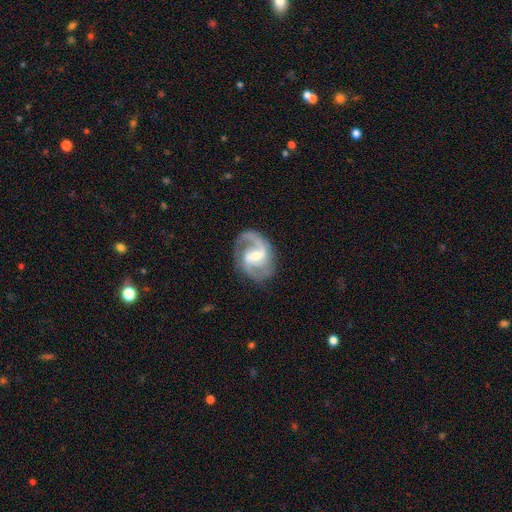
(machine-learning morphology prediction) Smooth or featured?
  - featured or disk: 90% *
  - smooth: 6%
  - star or artifact: 4%
Edge-on disk?
  - no: 98% *
  - yes: 2%
Bar?
  - weak: 52% *
  - strong: 27%
  - no: 21%
Spiral arms?
  - yes: 97% *
  - no: 3%
Spiral winding?
  - medium: 58% *
  - loose: 24%
  - tight: 19%
Spiral arm count?
  - 2: 86% *
  - 3: 4%
  - 1: 3%
  - can't tell: 3%
  - 4: 1%
  - more than 4: 1%
Bulge size?
  - moderate: 51% *
  - small: 42%
  - large: 4%
  - none: 2%
  - dominant: 1%
Merging?
  - none: 77% *
  - minor disturbance: 14%
  - major disturbance: 7%
  - merger: 1%